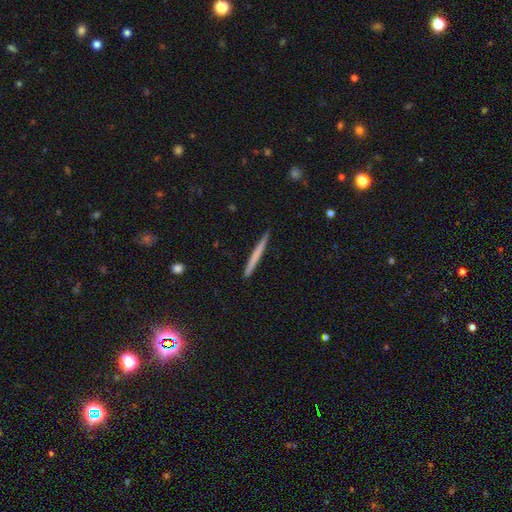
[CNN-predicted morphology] Q: Smooth or featured?
A: smooth (60%); runner-up: featured or disk (34%)
Q: How rounded?
A: cigar-shaped (97%); runner-up: in between (2%)
Q: Merging?
A: none (92%); runner-up: minor disturbance (6%)